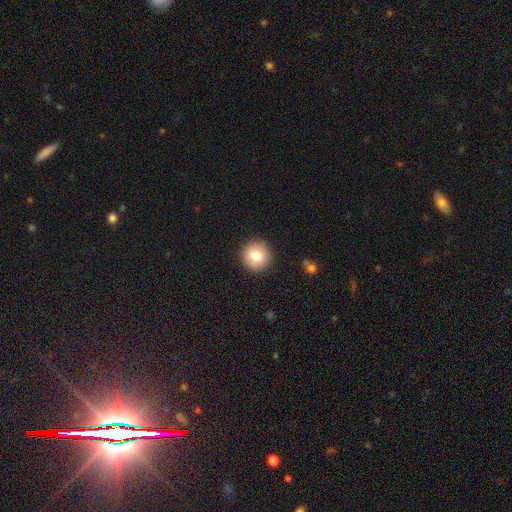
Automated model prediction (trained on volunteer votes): Overall: smooth (78%). How rounded: round (92%). Merging: none (90%).